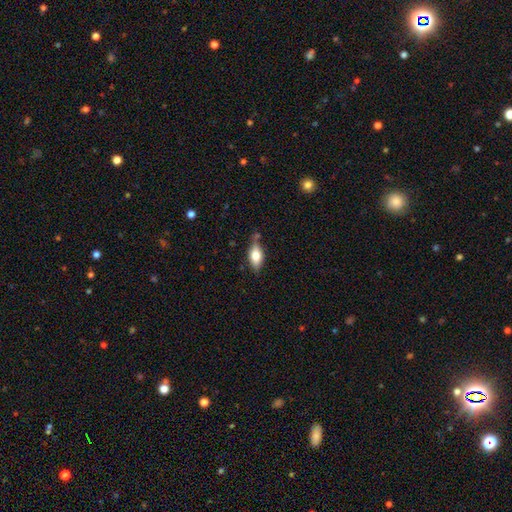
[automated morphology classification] smooth 67%, featured or disk 26%, star or artifact 7%. Down the decision tree: how rounded — in between (84%); merging — none (66%).